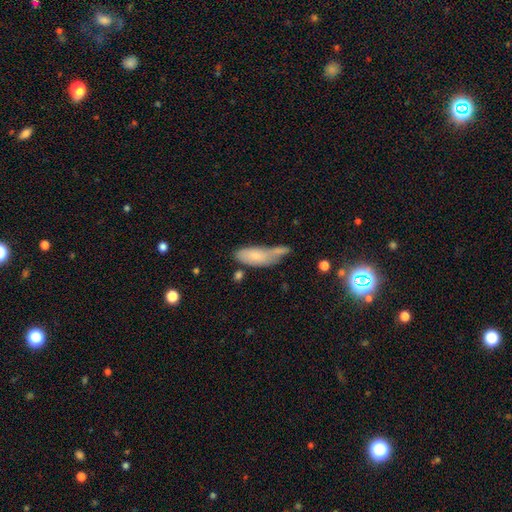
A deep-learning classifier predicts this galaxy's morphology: smooth_or_featured: smooth (p=0.77) [alt: featured or disk p=0.16]
how_rounded: in between (p=0.68) [alt: cigar-shaped p=0.30]
merging: none (p=0.34) [alt: minor disturbance p=0.27]